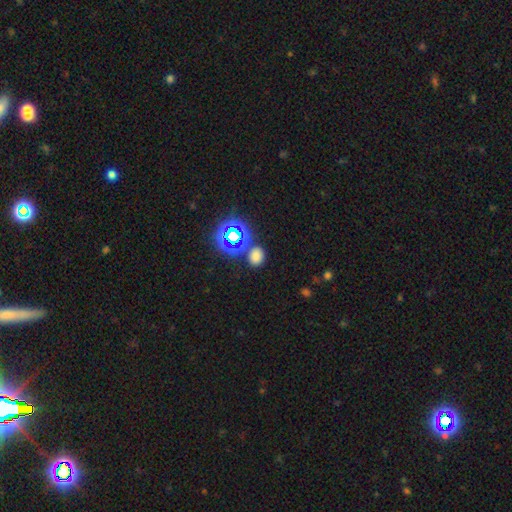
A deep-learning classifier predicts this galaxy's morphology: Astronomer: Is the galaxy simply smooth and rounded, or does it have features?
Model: smooth — 68%.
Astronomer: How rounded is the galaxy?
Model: round — 51% (runner-up: in between, 48%).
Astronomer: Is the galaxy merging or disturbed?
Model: none — 79%.